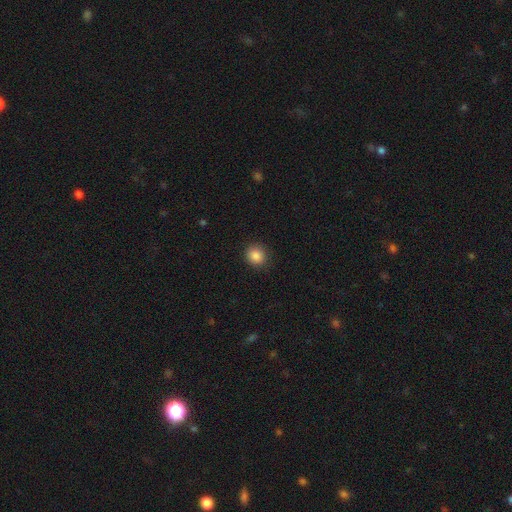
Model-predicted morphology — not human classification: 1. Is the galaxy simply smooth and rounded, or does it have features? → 87% smooth, 10% star or artifact, 3% featured or disk.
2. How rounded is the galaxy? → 85% round, 14% in between, 1% cigar-shaped.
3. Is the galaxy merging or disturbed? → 89% none, 8% minor disturbance, 2% major disturbance, 1% merger.